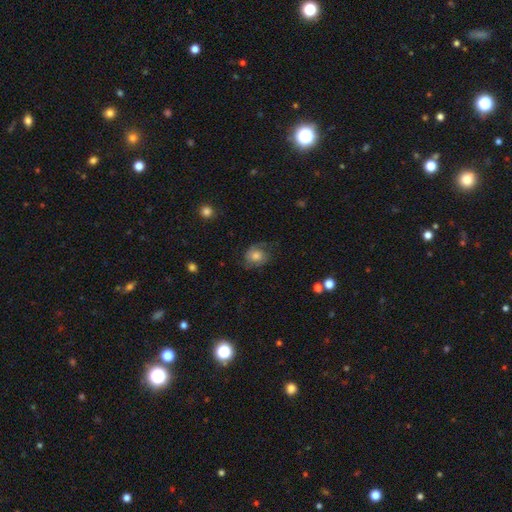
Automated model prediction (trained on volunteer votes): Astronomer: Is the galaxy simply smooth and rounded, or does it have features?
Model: featured or disk — 53% (runner-up: smooth, 39%).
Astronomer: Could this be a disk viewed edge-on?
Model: no — 97%.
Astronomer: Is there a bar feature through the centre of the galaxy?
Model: no — 72%.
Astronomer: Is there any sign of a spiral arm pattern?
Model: yes — 87%.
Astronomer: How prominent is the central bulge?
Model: moderate — 51%.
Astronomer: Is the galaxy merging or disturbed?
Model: none — 62%.